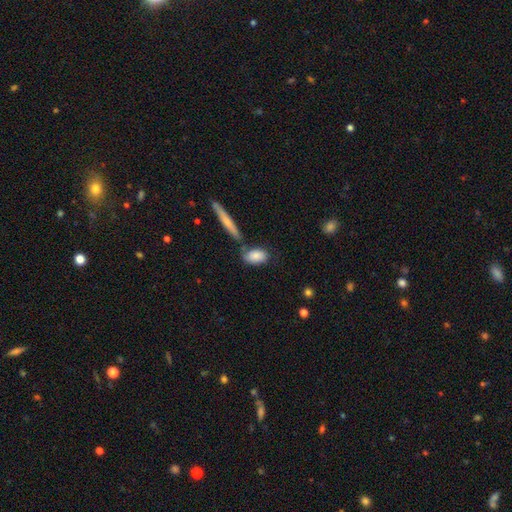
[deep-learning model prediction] This is clearly a smooth galaxy (81%). How rounded: clearly in between (86%). Merging: possibly none (60%).